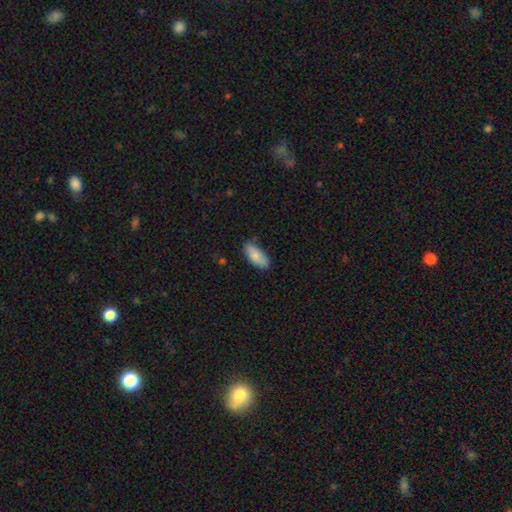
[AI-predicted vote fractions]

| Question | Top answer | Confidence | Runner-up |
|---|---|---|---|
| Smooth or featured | smooth | 83% | featured or disk (11%) |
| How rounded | in between | 88% | cigar-shaped (10%) |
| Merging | none | 70% | minor disturbance (25%) |